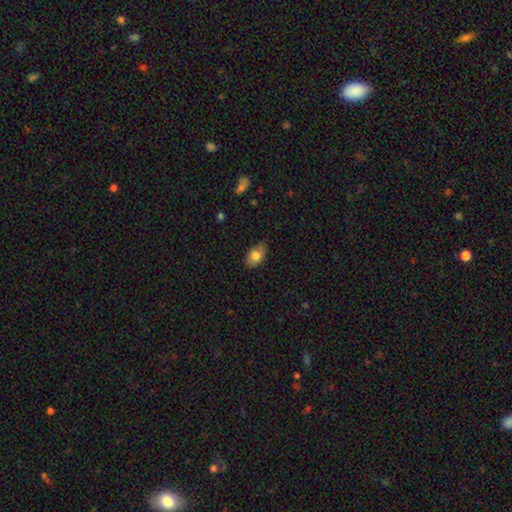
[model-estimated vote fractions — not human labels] The model was most divided on "merging": none: 75%, minor disturbance: 21%, major disturbance: 3%, merger: 1%. More confident: how rounded — in between (89%); smooth or featured — smooth (79%).